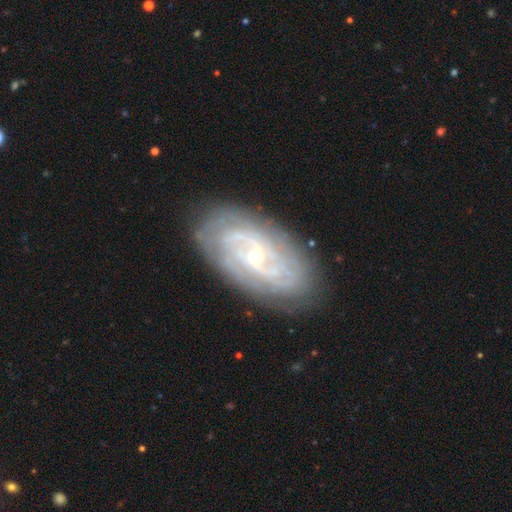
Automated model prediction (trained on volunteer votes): Overall: featured or disk (85%). Edge-on disk: no (95%). Bar: no (57%; weak 33%). Spiral arms: yes (94%). Spiral arm count: 2 (33%; can't tell 32%). Spiral winding: tight (63%; medium 30%). Bulge size: small (78%). Merging: none (81%).